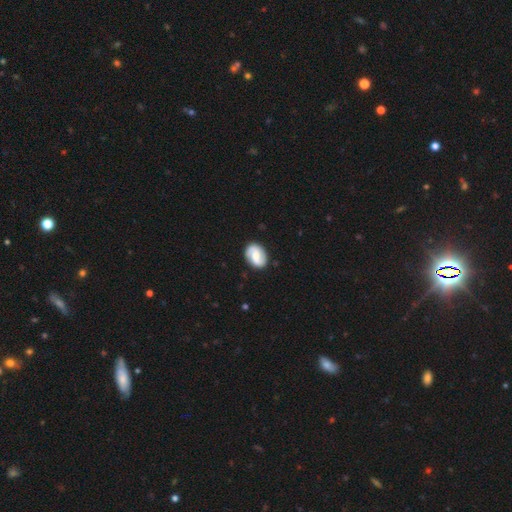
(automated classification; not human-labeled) smooth-or-featured: featured or disk: 57% | smooth: 37% | star or artifact: 7%
  disk-edge-on: no: 97% | yes: 3%
    bar: weak: 46% | no: 39% | strong: 16%
    has-spiral-arms: yes: 89% | no: 11%
    bulge-size: moderate: 48% | small: 31% | large: 11% | none: 8% | dominant: 2%
  merging: none: 85% | minor disturbance: 11% | major disturbance: 3% | merger: 1%